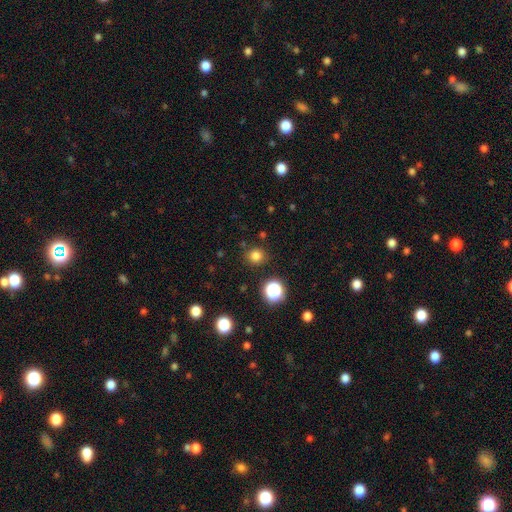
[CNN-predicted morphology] Overall: smooth (79%). How rounded: round (89%). Merging: none (87%).